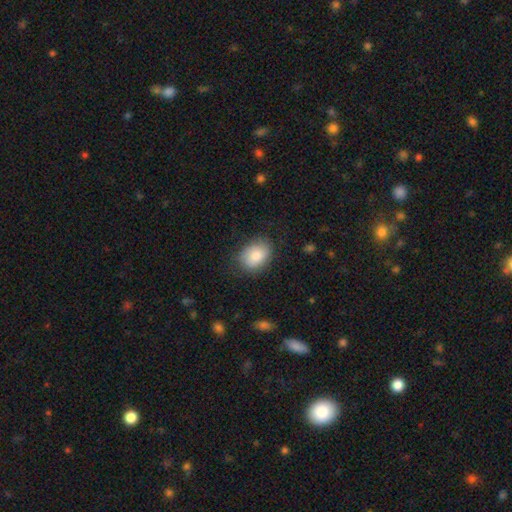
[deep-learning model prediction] Smooth or featured?
  - smooth: 84% *
  - featured or disk: 9%
  - star or artifact: 7%
How rounded?
  - in between: 72% *
  - round: 27%
  - cigar-shaped: 1%
Merging?
  - none: 77% *
  - minor disturbance: 17%
  - major disturbance: 5%
  - merger: 1%